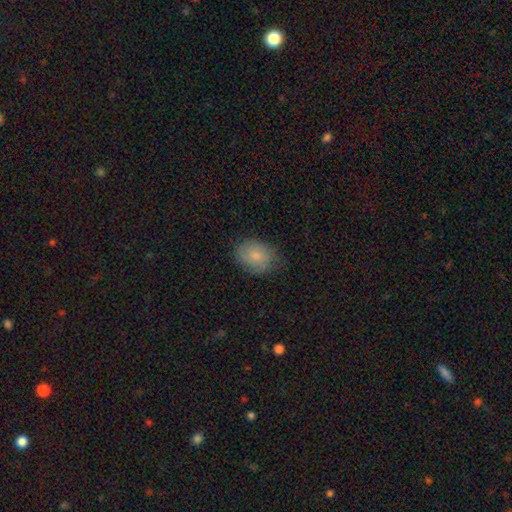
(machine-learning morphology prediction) type=smooth (82%); roundness=in between (67%); merging=none (74%).